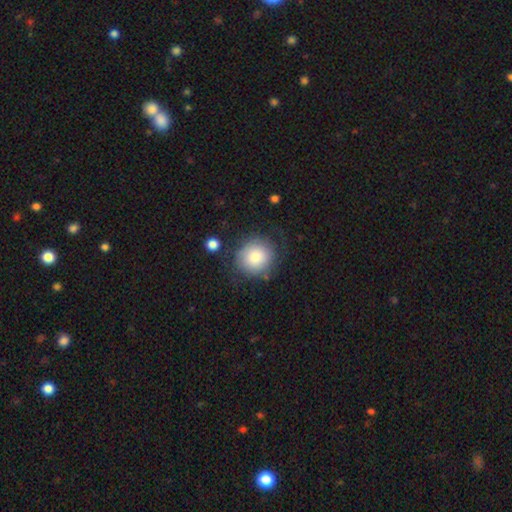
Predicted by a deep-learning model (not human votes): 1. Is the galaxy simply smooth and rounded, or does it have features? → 79% smooth, 14% featured or disk, 7% star or artifact.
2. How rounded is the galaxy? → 89% round, 10% in between, 1% cigar-shaped.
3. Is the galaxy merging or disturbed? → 68% none, 18% minor disturbance, 10% major disturbance, 4% merger.